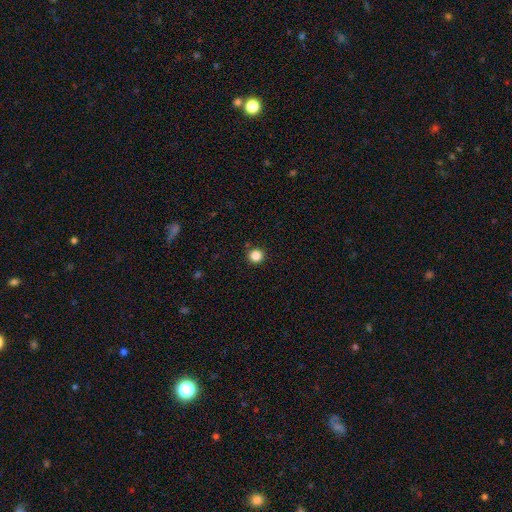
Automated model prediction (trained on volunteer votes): This is clearly a smooth galaxy (85%). How rounded: clearly round (95%). Merging: clearly none (92%).